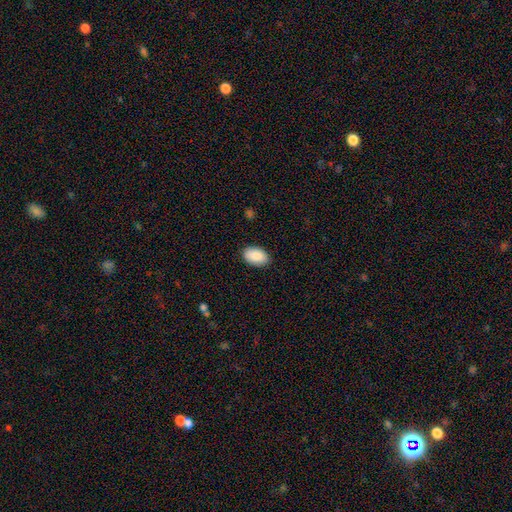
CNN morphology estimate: A smooth galaxy with no disk features (88%) that is in between round and cigar-shaped (93%). Merging: none (87%).